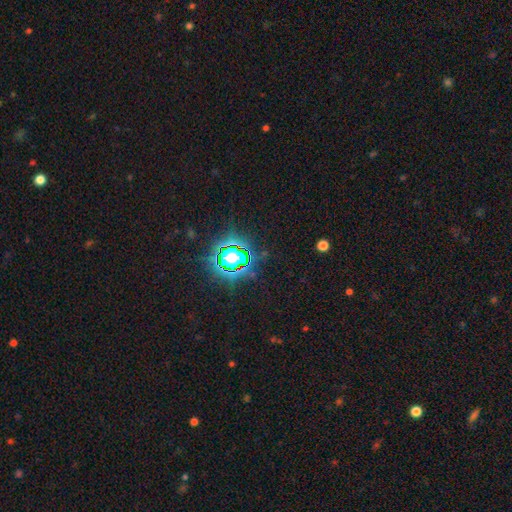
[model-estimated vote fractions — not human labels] This is clearly a star or artifact rather than a galaxy (80%).